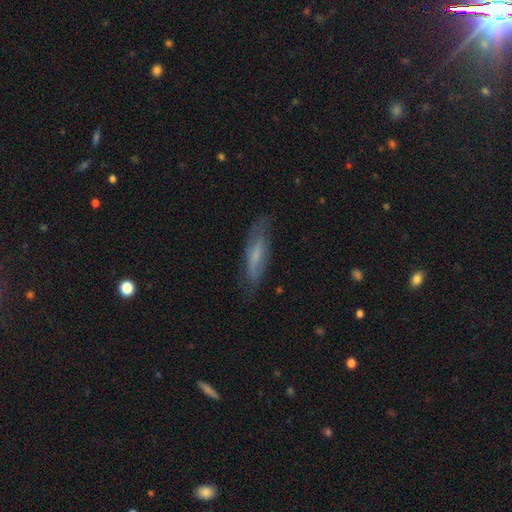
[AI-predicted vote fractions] smooth-or-featured: smooth: 55% | featured or disk: 37% | star or artifact: 7%
  how-rounded: cigar-shaped: 64% | in between: 34% | round: 2%
  merging: none: 73% | minor disturbance: 19% | major disturbance: 6% | merger: 1%